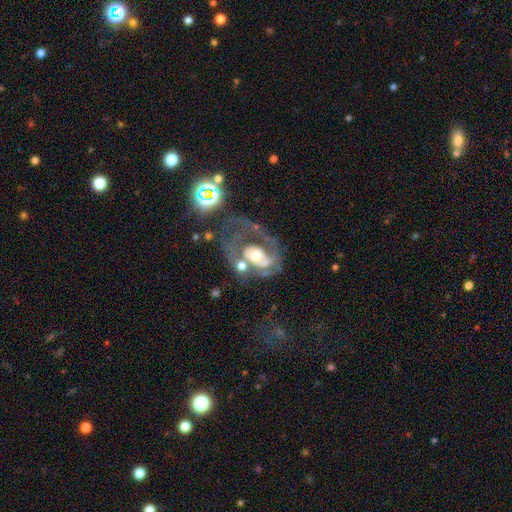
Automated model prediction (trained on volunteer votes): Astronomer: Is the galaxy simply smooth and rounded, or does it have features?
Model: featured or disk — 75%.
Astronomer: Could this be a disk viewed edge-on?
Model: no — 97%.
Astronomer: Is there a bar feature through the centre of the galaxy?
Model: no — 69%.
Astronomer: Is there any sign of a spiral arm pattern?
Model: yes — 71%.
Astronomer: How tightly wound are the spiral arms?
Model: medium — 38%, tied with tight at 38%.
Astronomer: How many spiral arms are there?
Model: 1 — 34%, tied with 2 at 34%.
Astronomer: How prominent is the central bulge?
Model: moderate — 54%.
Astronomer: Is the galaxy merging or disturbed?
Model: major disturbance — 39% (runner-up: none, 27%).